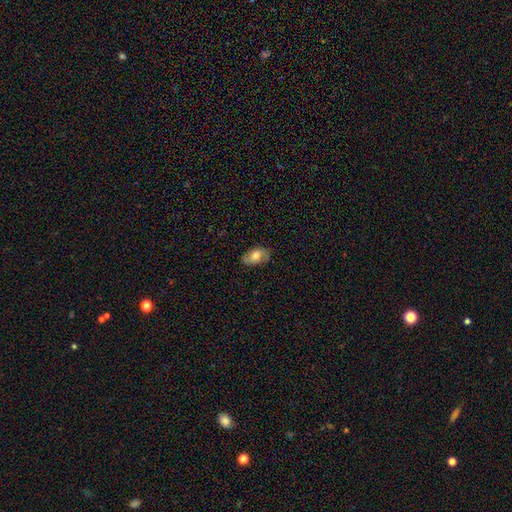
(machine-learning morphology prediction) The model was most divided on "smooth or featured": smooth: 71%, featured or disk: 21%, star or artifact: 7%. More confident: how rounded — in between (91%); merging — none (79%).